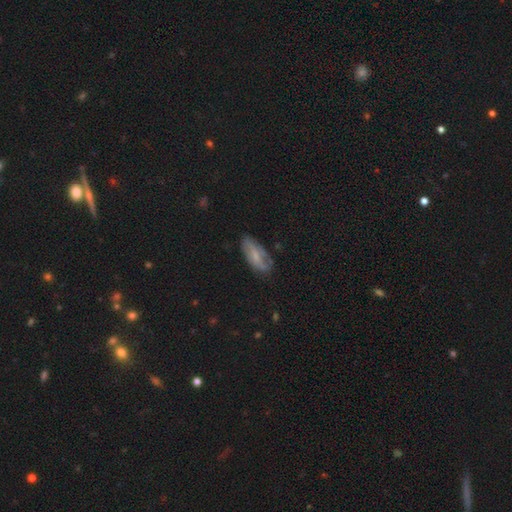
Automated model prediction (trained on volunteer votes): This is possibly a smooth galaxy (50%). How rounded: likely in between (78%). Merging: likely none (65%).